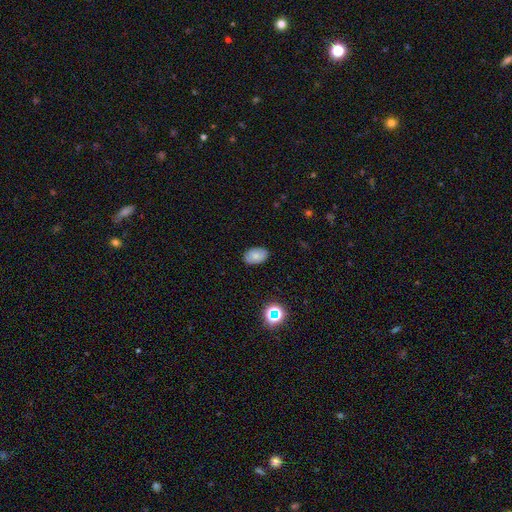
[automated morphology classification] This is likely a smooth galaxy (79%). How rounded: clearly in between (89%). Merging: clearly none (85%).